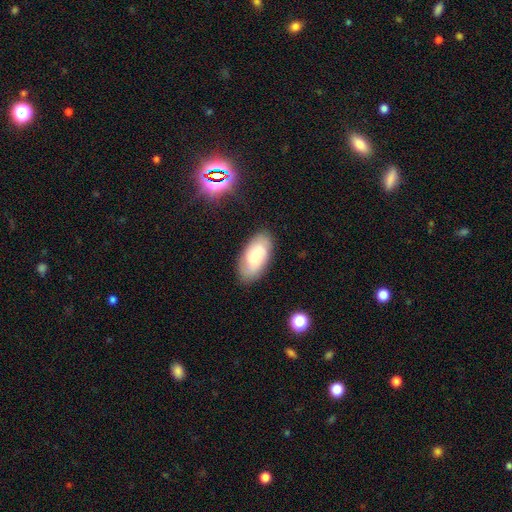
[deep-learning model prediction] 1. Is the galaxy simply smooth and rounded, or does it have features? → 57% smooth, 35% featured or disk, 8% star or artifact.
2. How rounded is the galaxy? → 93% in between, 4% cigar-shaped, 3% round.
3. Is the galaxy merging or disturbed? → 82% none, 13% minor disturbance, 4% major disturbance, 1% merger.